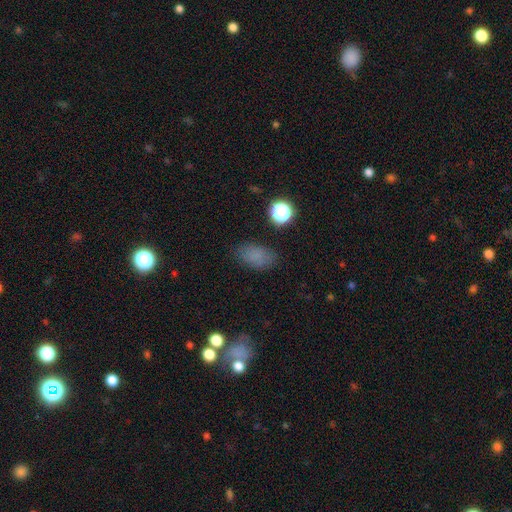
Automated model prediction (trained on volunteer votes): This appears to be a smooth galaxy with no disk features (78%) that is in between round and cigar-shaped (87%). Merging: none (78%).